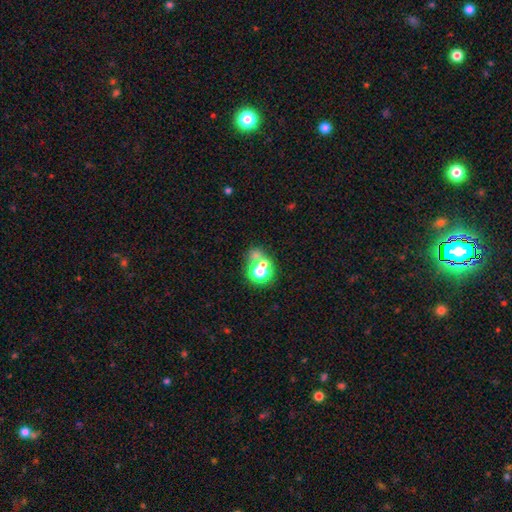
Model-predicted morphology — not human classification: Smooth or featured: smooth — 57% (star or artifact — 28%)
How rounded: round — 65% (in between — 34%)
Merging: none — 44% (merger — 37%)